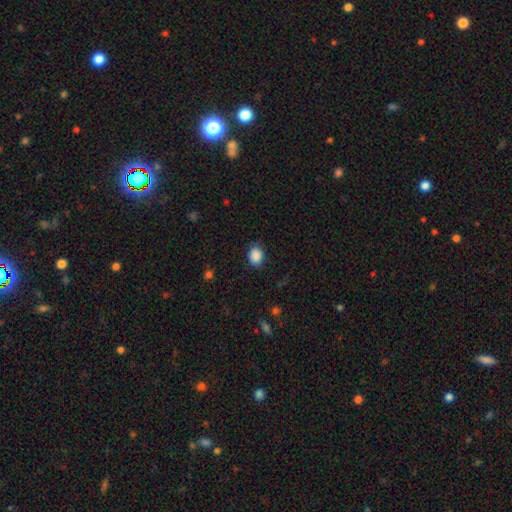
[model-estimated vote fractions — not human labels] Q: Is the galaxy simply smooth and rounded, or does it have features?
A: smooth — 89%.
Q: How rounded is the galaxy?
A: in between — 54%.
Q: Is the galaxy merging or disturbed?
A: none — 81%.